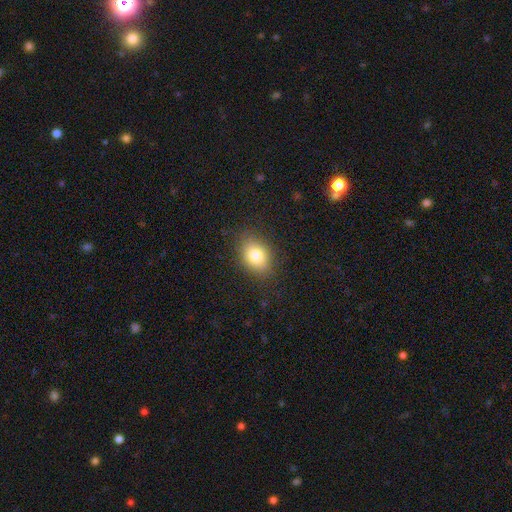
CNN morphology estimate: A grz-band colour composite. It shows a smooth galaxy with no disk features (80%) that is in between round and cigar-shaped (71%). Merging: none (84%).